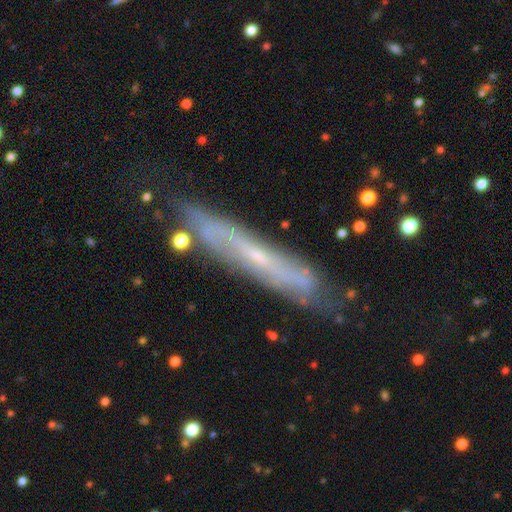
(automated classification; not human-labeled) Q: Smooth or featured?
A: featured or disk (69%); runner-up: smooth (22%)
Q: Edge-on disk?
A: yes (63%); runner-up: no (37%)
Q: Merging?
A: none (76%); runner-up: minor disturbance (17%)